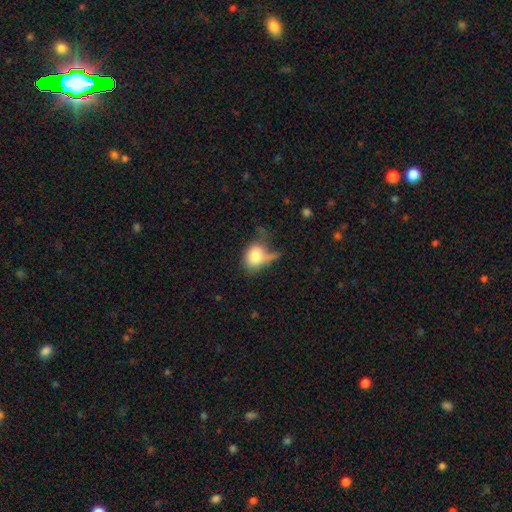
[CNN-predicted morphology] Smooth or featured? smooth (75%)
How rounded? in between (53%)
Merging? none (33%)